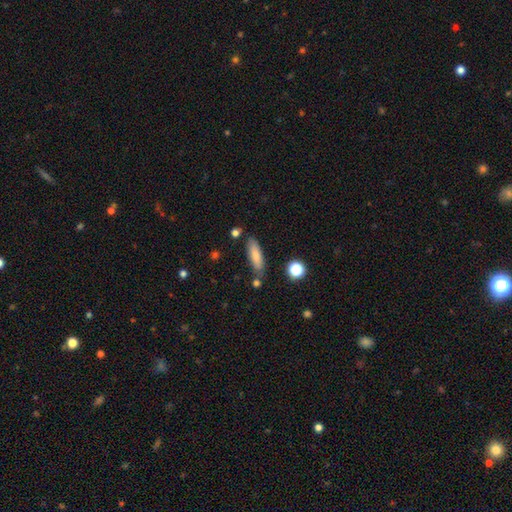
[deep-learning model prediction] The model was most divided on "how rounded": cigar-shaped: 57%, in between: 41%, round: 2%. More confident: smooth or featured — smooth (80%); merging — none (76%).